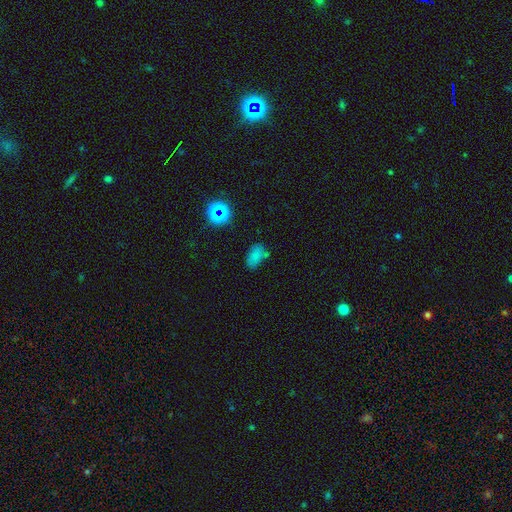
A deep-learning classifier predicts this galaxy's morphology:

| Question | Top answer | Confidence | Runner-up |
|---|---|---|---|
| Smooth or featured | smooth | 71% | star or artifact (21%) |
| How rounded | in between | 88% | round (9%) |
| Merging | none | 61% | minor disturbance (20%) |